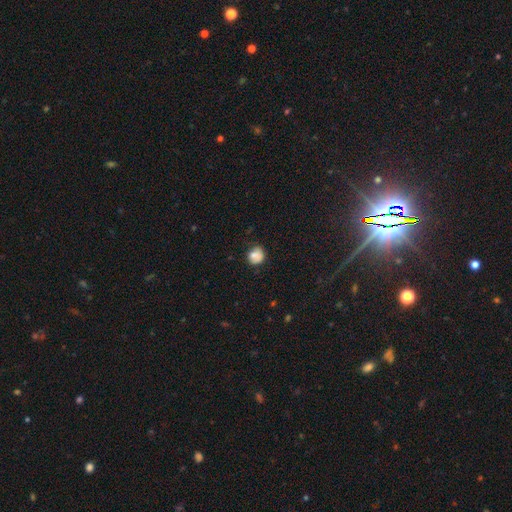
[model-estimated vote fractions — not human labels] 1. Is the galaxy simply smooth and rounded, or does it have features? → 83% smooth, 9% star or artifact, 8% featured or disk.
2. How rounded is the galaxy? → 80% round, 19% in between, 1% cigar-shaped.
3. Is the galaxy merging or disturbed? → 67% none, 24% minor disturbance, 6% major disturbance, 3% merger.